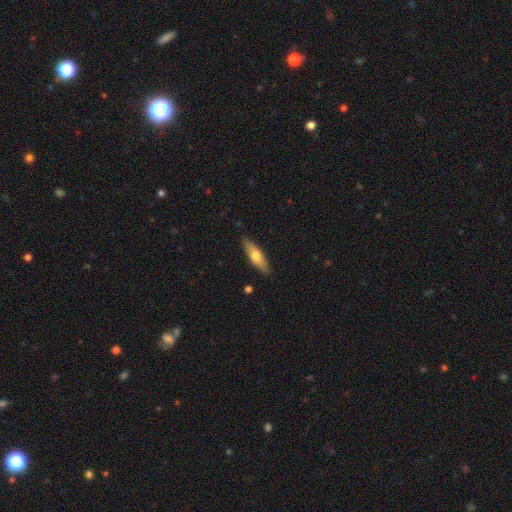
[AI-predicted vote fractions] Smooth or featured: smooth — 64% (featured or disk — 31%)
How rounded: cigar-shaped — 53% (in between — 44%)
Merging: none — 86% (minor disturbance — 11%)